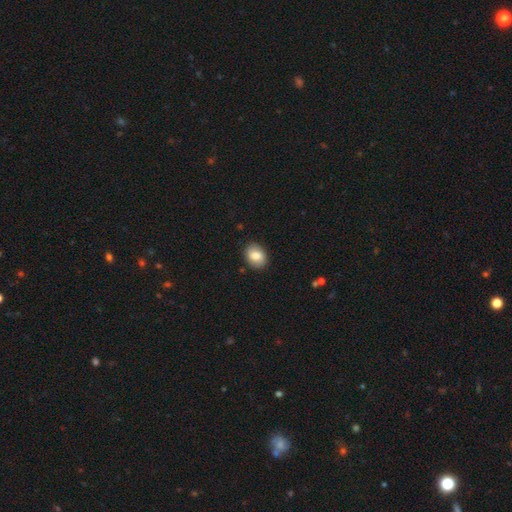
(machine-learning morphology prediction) Smooth or featured?
  - smooth: 82% *
  - featured or disk: 10%
  - star or artifact: 8%
How rounded?
  - in between: 68% *
  - round: 31%
  - cigar-shaped: 1%
Merging?
  - none: 87% *
  - minor disturbance: 9%
  - major disturbance: 2%
  - merger: 1%